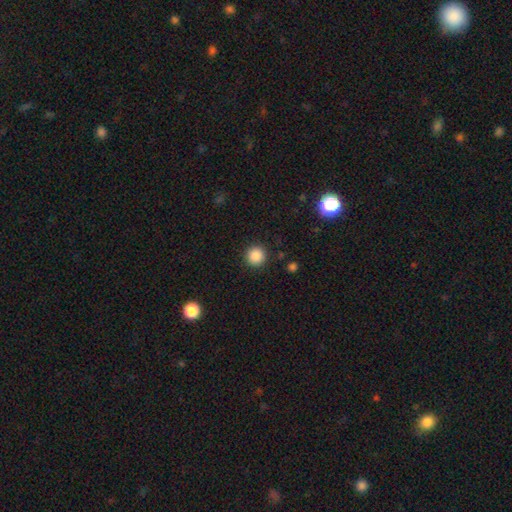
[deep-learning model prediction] Smooth or featured? smooth (87%)
How rounded? round (95%)
Merging? none (91%)